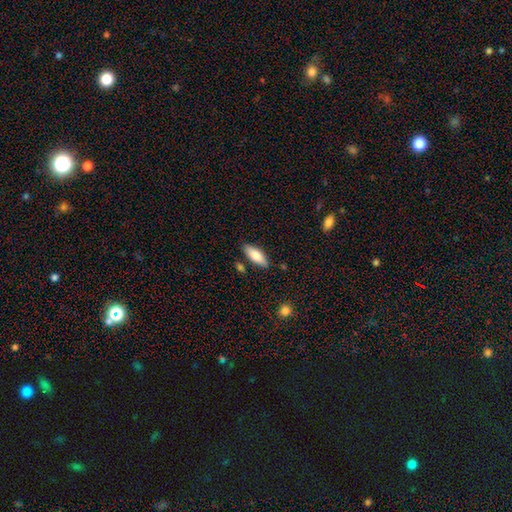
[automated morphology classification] This is likely a smooth galaxy (77%). How rounded: likely in between (74%). Merging: clearly none (82%).